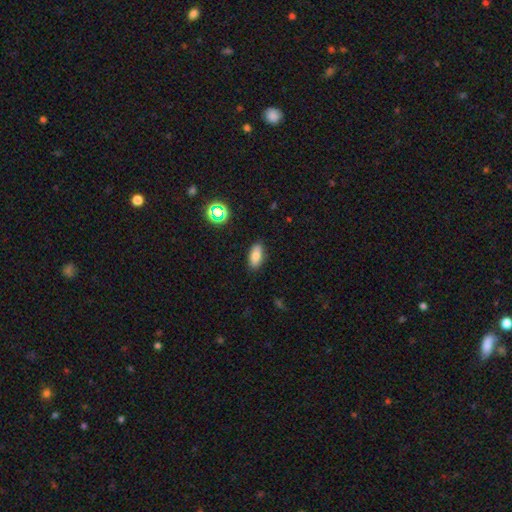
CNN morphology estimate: Smooth or featured? smooth (80%)
How rounded? in between (87%)
Merging? none (87%)